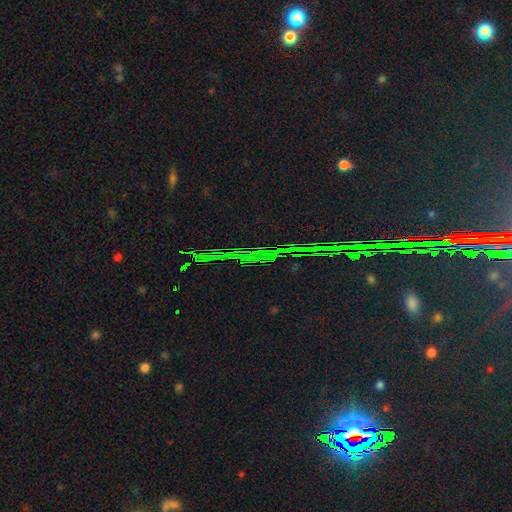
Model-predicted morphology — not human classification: star or artifact 84%, featured or disk 8%, smooth 8%.